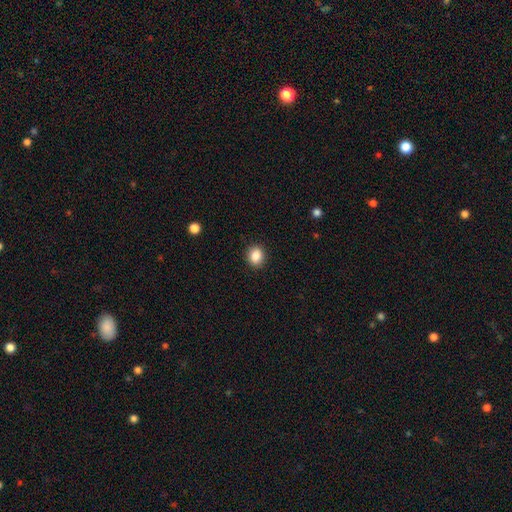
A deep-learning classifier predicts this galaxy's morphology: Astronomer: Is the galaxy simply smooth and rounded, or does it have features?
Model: smooth — 87%.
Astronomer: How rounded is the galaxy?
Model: round — 64%.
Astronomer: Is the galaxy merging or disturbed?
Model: none — 90%.